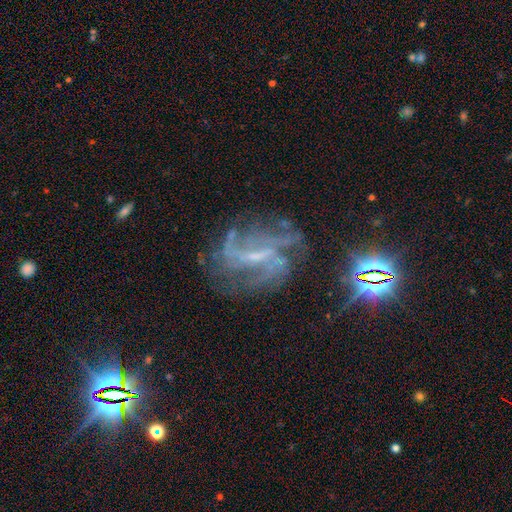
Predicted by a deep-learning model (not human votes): Q: Smooth or featured?
A: featured or disk (78%); runner-up: star or artifact (15%)
Q: Edge-on disk?
A: no (96%); runner-up: yes (4%)
Q: Bar?
A: weak (46%); runner-up: strong (36%)
Q: Spiral arms?
A: yes (90%); runner-up: no (10%)
Q: Spiral winding?
A: medium (43%); runner-up: loose (36%)
Q: Spiral arm count?
A: can't tell (31%); runner-up: 2 (30%)
Q: Bulge size?
A: small (54%); runner-up: none (29%)
Q: Merging?
A: none (58%); runner-up: major disturbance (20%)